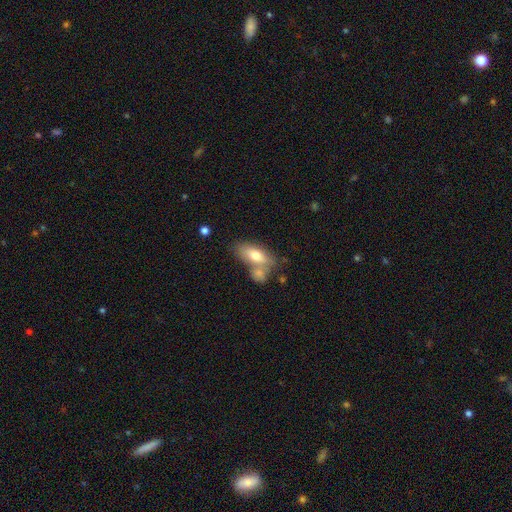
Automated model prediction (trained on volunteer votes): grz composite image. It shows a smooth galaxy with no disk features (71%) that is in between round and cigar-shaped (81%). Merging: none (44%).